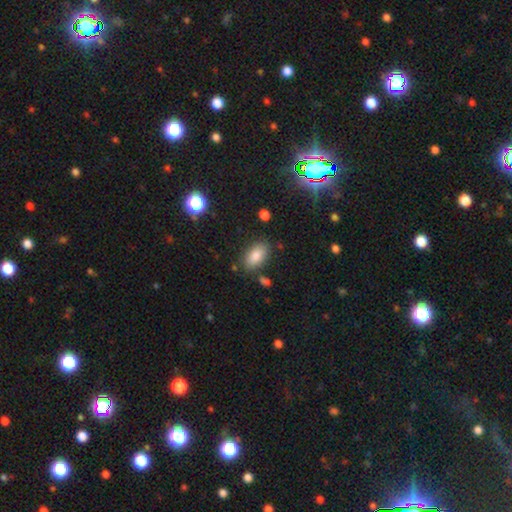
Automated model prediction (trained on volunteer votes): smooth-or-featured: smooth: 84% | featured or disk: 8% | star or artifact: 8%
  how-rounded: in between: 93% | round: 4% | cigar-shaped: 3%
  merging: none: 81% | minor disturbance: 12% | merger: 4% | major disturbance: 3%